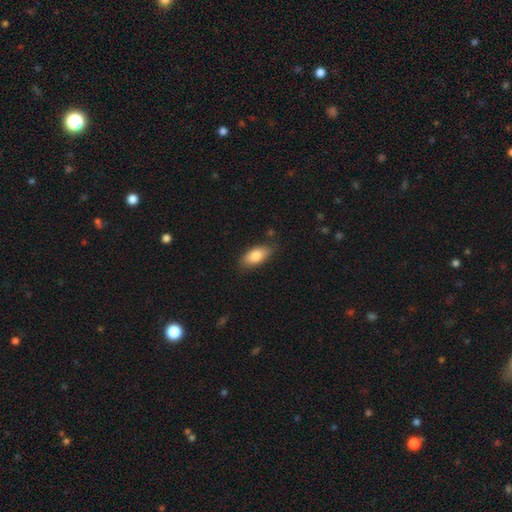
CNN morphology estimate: smooth-or-featured: smooth: 83% | featured or disk: 10% | star or artifact: 7%
  how-rounded: in between: 89% | cigar-shaped: 8% | round: 3%
  merging: none: 82% | minor disturbance: 14% | major disturbance: 3% | merger: 2%